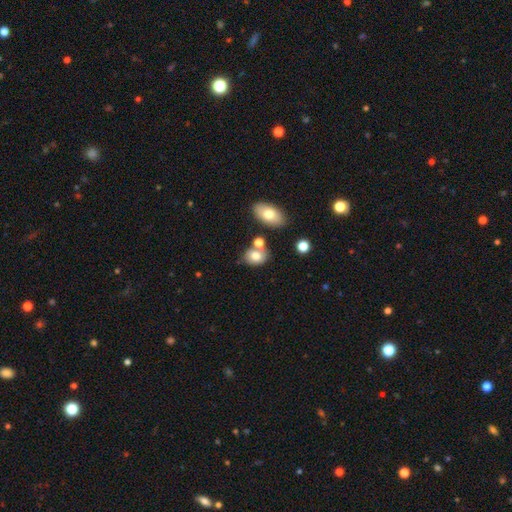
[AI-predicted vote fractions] This appears to be a smooth galaxy with no disk features (74%) that is in between round and cigar-shaped (57%). Merging: none (55%).